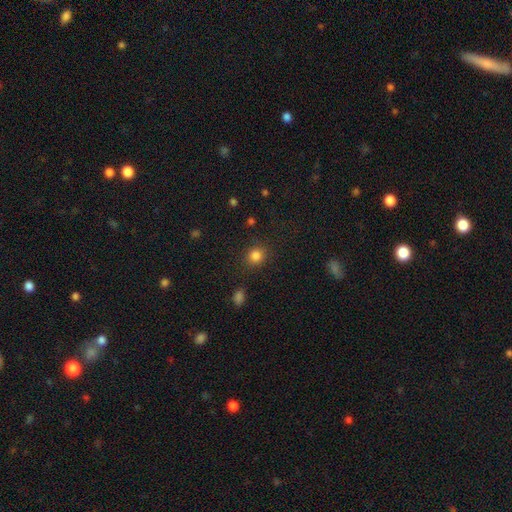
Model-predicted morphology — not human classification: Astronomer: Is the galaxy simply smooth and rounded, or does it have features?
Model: smooth — 84%.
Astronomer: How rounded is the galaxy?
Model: round — 86%.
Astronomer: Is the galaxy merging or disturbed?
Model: none — 86%.